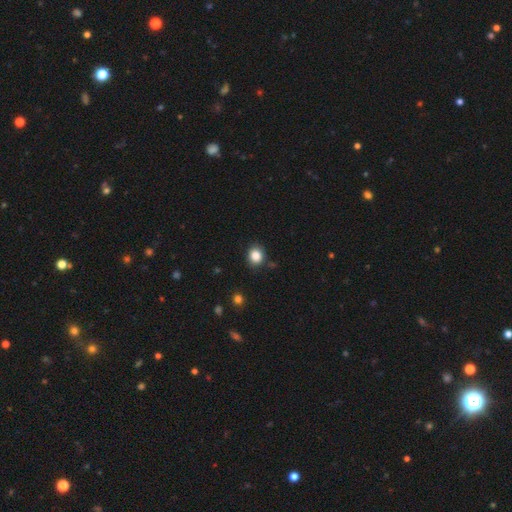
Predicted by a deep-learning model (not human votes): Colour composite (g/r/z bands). It shows a smooth galaxy with no disk features (85%) that is round (69%). Merging: none (86%).